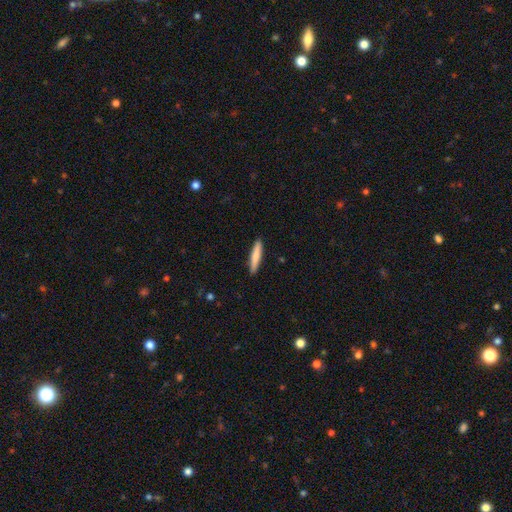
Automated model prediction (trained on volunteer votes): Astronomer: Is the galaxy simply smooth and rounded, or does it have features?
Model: smooth — 79%.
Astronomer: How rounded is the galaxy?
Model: cigar-shaped — 91%.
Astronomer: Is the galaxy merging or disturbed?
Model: none — 91%.